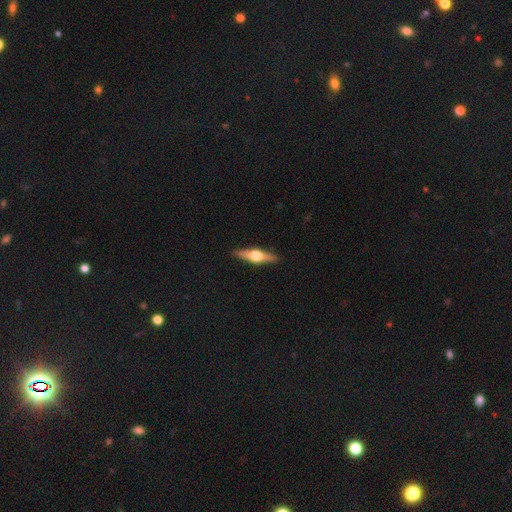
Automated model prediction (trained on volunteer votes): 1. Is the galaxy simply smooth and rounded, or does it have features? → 73% featured or disk, 21% smooth, 6% star or artifact.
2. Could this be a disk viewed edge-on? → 97% yes, 3% no.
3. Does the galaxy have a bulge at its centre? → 96% rounded, 3% boxy, 1% none.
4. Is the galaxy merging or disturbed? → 91% none, 6% minor disturbance, 1% major disturbance, 1% merger.